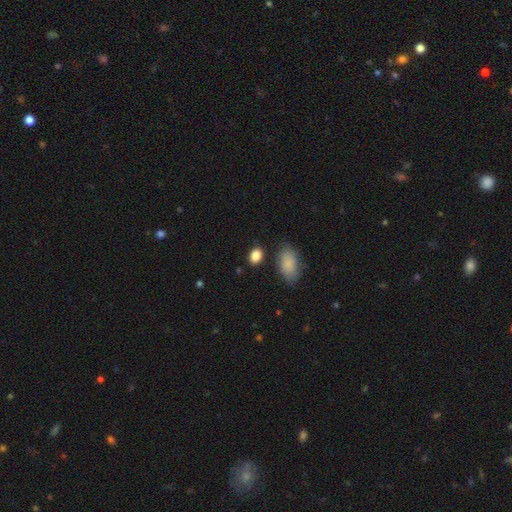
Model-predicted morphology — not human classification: A smooth galaxy with no disk features (87%) that is in between round and cigar-shaped (77%). Merging: none (80%).